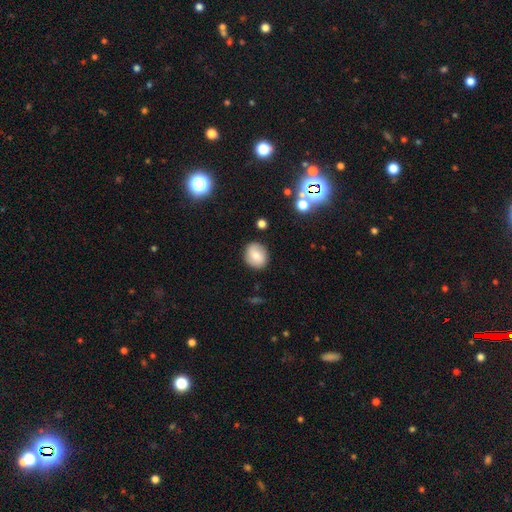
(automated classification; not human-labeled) Smooth or featured: smooth — 73% (featured or disk — 18%)
How rounded: round — 72% (in between — 27%)
Merging: none — 87% (minor disturbance — 9%)